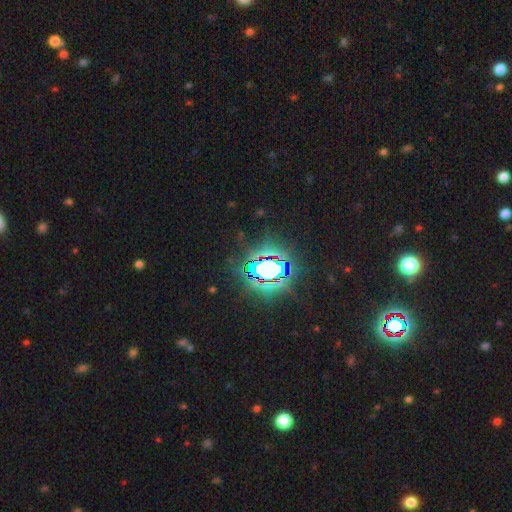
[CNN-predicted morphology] smooth_or_featured: star or artifact (p=0.78) [alt: smooth p=0.12]